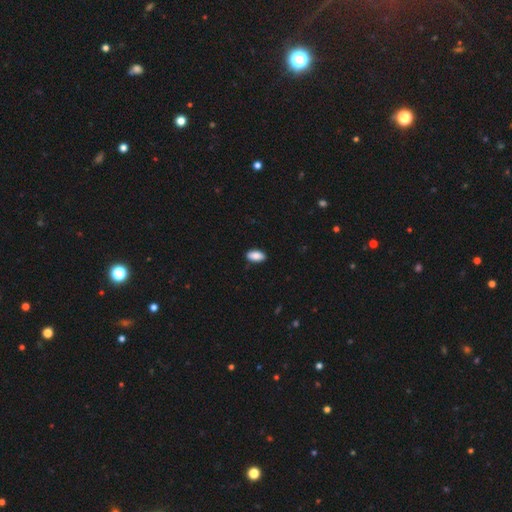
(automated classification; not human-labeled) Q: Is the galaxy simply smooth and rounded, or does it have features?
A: smooth — 89%.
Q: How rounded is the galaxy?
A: in between — 92%.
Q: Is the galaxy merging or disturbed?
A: none — 88%.